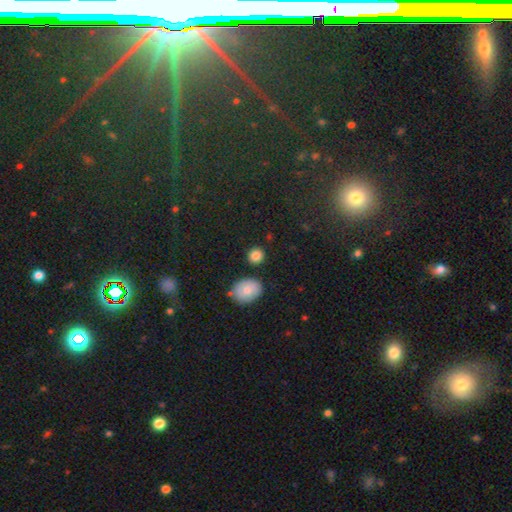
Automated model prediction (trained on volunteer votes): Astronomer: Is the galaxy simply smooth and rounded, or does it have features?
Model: smooth — 86%.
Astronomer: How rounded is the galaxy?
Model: round — 87%.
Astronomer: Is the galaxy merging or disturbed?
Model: none — 85%.